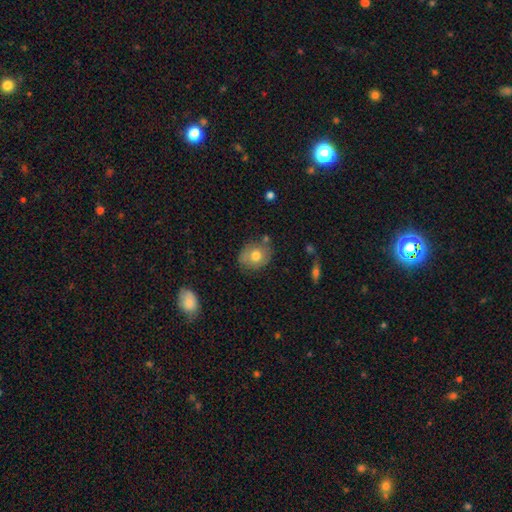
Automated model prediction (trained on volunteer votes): A smooth galaxy with no disk features (70%) that is round (58%). Merging: none (70%).